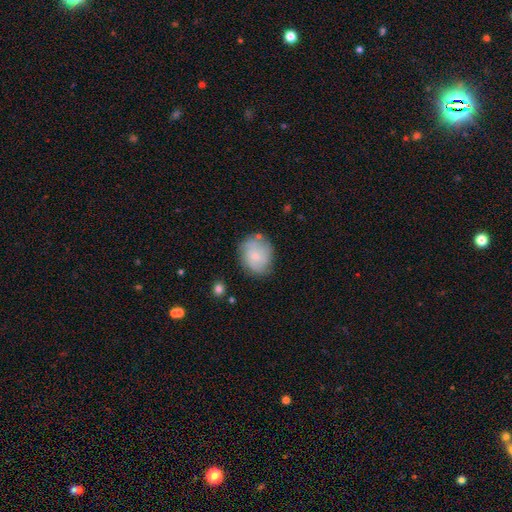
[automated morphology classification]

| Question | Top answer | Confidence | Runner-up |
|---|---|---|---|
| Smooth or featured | smooth | 53% | featured or disk (39%) |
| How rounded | round | 64% | in between (35%) |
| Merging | none | 71% | minor disturbance (20%) |